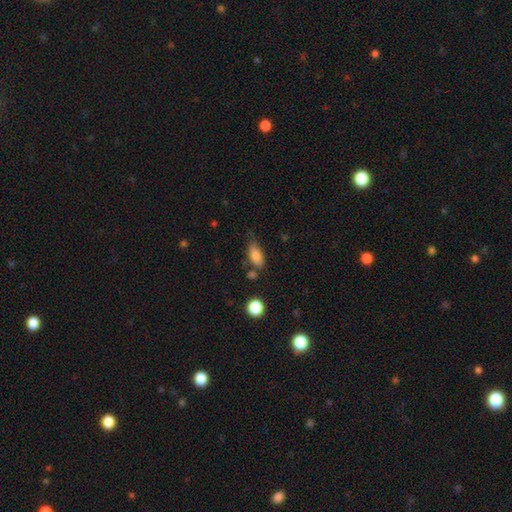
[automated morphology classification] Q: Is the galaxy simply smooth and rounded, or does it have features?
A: smooth — 81%.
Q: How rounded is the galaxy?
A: in between — 84%.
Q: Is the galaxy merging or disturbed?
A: none — 56%.